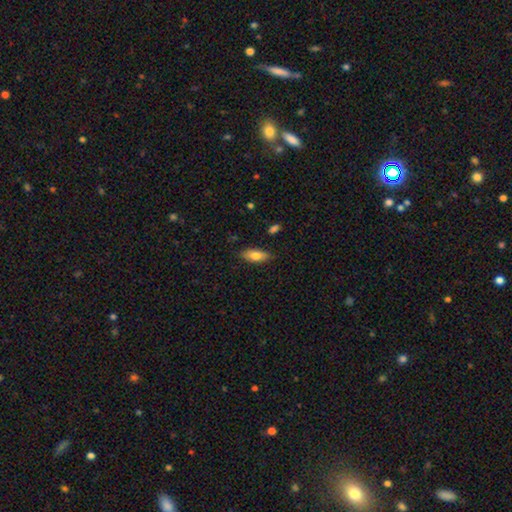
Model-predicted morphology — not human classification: Smooth or featured? Predicted: smooth (p=0.76). How rounded? Predicted: in between (p=0.77). Merging? Predicted: none (p=0.84).